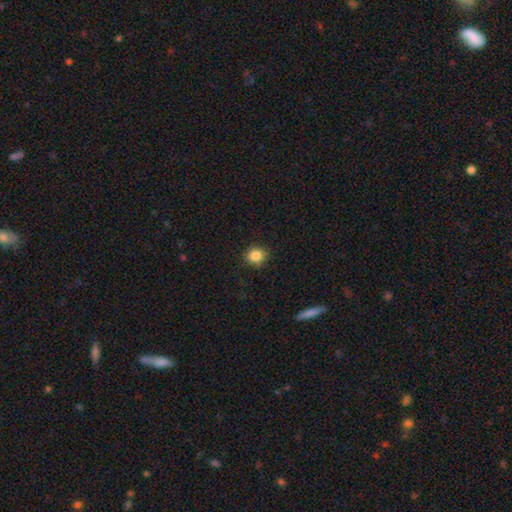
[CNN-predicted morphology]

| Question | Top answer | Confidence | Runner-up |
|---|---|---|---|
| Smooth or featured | smooth | 85% | star or artifact (10%) |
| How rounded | round | 77% | in between (22%) |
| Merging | none | 87% | minor disturbance (10%) |